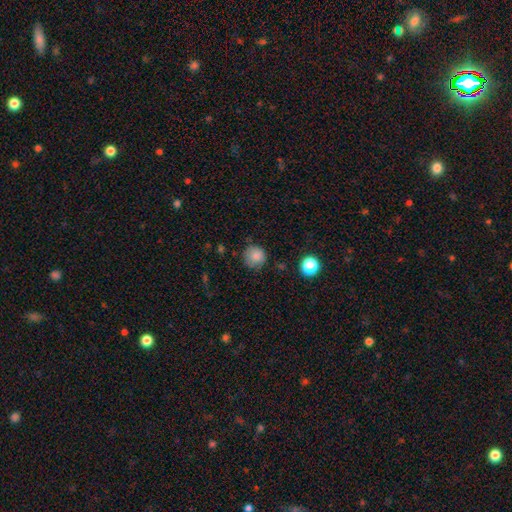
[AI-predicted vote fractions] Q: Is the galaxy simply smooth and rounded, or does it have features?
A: smooth — 84%.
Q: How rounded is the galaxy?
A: round — 90%.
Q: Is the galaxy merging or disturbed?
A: none — 74%.